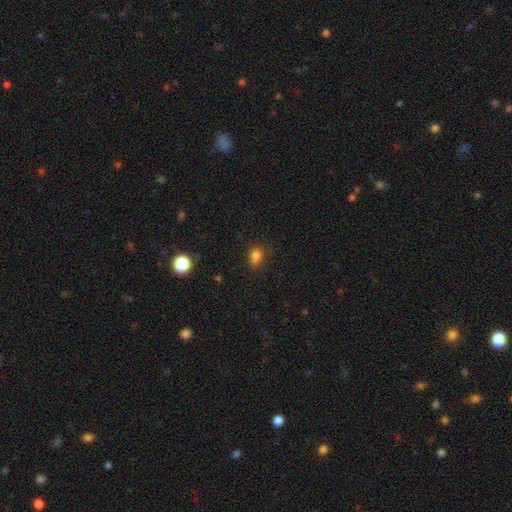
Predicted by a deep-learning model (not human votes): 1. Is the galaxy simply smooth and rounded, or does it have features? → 78% smooth, 16% star or artifact, 7% featured or disk.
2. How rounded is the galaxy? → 55% in between, 43% round, 2% cigar-shaped.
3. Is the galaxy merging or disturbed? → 57% none, 25% minor disturbance, 10% merger, 8% major disturbance.